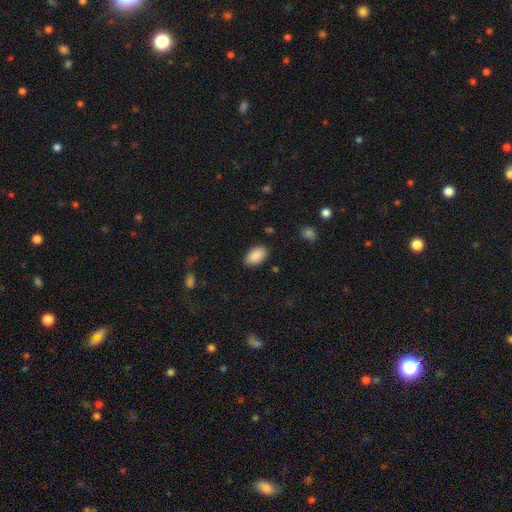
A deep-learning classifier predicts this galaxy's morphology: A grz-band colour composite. It shows a smooth galaxy with no disk features (89%) that is in between round and cigar-shaped (93%). Merging: none (86%).